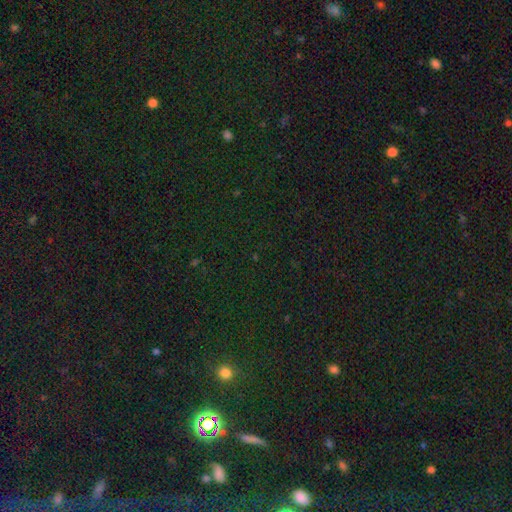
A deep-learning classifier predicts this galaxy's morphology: Overall: star or artifact (77%).